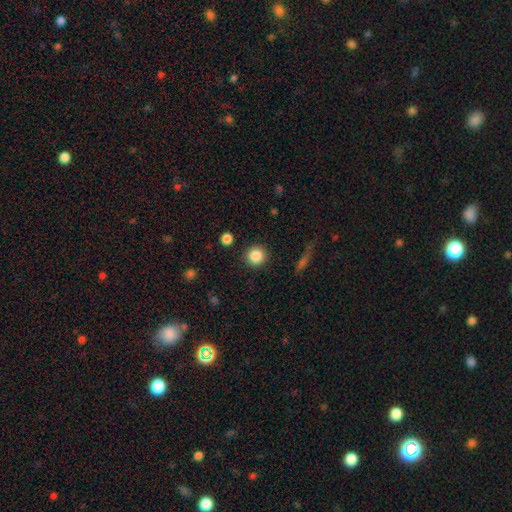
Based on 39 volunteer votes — Volunteers were most divided on "smooth or featured": smooth: 90%, featured or disk: 5%, star or artifact: 5%. More confident: how rounded — round (100%); merging — none (92%).